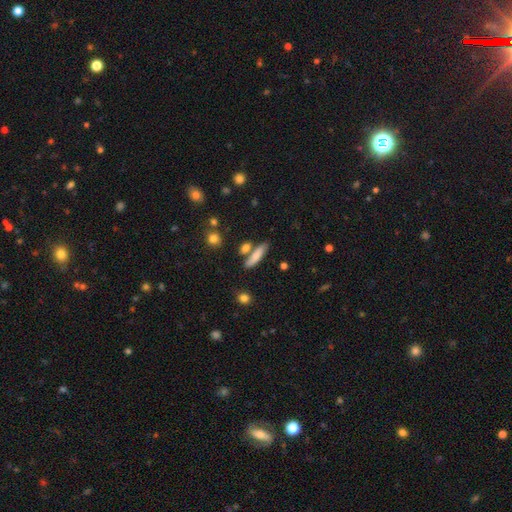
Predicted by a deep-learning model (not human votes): This is likely a smooth galaxy (75%). How rounded: likely cigar-shaped (73%). Merging: likely none (67%).